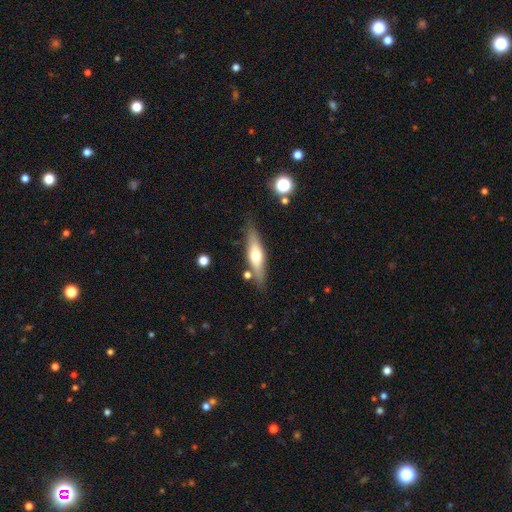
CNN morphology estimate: The model was most divided on "smooth or featured": featured or disk: 49%, smooth: 45%, star or artifact: 6%. More confident: merging — none (80%).